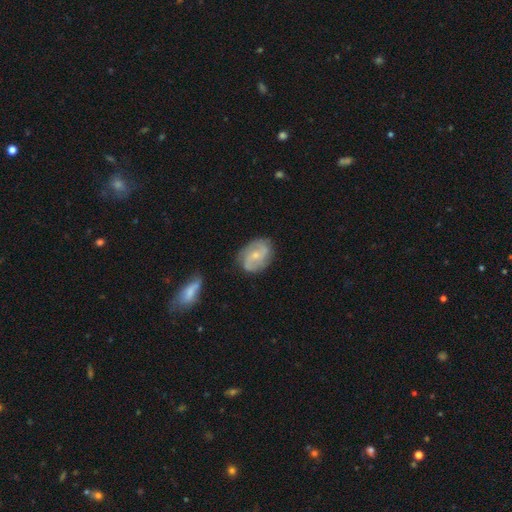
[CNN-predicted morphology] A featured or disk galaxy (70%) with no bar (50%), 2 (75%) medium (44%) spiral arms (89%) and a small central bulge (59%).

Vote fractions:
- Smooth or featured? featured or disk: 70% / smooth: 24% / star or artifact: 6%
- Edge-on disk? no: 96% / yes: 4%
- Bar? no: 50% / weak: 39% / strong: 10%
- Spiral arms? yes: 89% / no: 11%
- Spiral winding? medium: 44% / tight: 29% / loose: 27%
- Spiral arm count? 2: 75% / can't tell: 13% / 3: 7% / 1: 2% / 4: 2% / more than 4: 2%
- Bulge size? small: 59% / moderate: 37% / none: 2% / large: 1% / dominant: 1%
- Merging? none: 74% / minor disturbance: 18% / major disturbance: 5% / merger: 3%